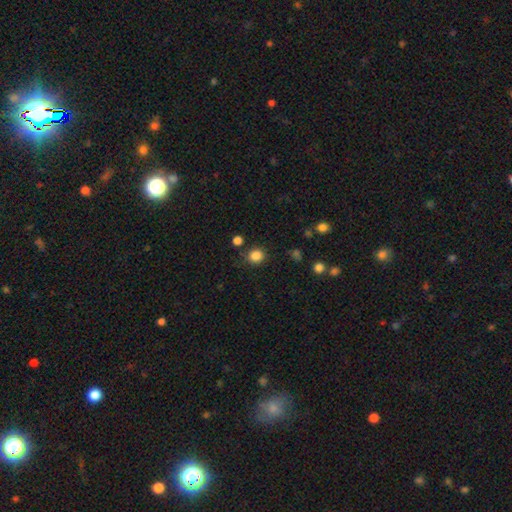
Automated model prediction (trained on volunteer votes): Smooth or featured?
  - smooth: 84% *
  - star or artifact: 12%
  - featured or disk: 4%
How rounded?
  - round: 85% *
  - in between: 14%
  - cigar-shaped: 1%
Merging?
  - none: 84% *
  - minor disturbance: 9%
  - merger: 4%
  - major disturbance: 3%